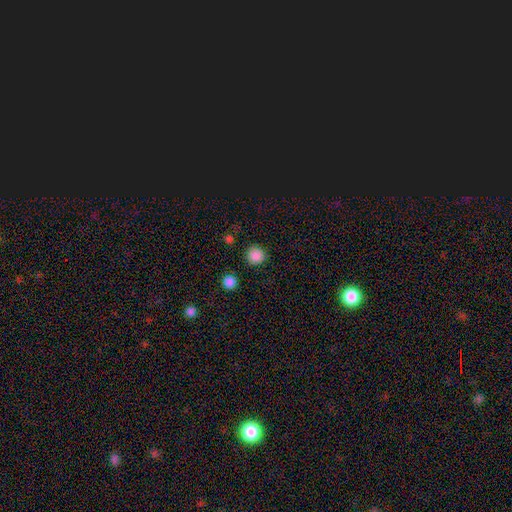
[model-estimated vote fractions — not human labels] A smooth galaxy with no disk features (85%) that is round (94%). Merging: none (89%).